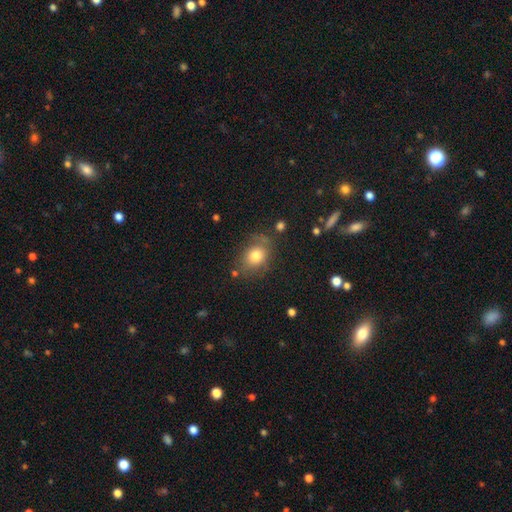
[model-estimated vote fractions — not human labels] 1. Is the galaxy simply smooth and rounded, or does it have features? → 77% smooth, 13% featured or disk, 10% star or artifact.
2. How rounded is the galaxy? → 58% in between, 41% round, 1% cigar-shaped.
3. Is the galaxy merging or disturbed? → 68% none, 20% minor disturbance, 8% major disturbance, 5% merger.